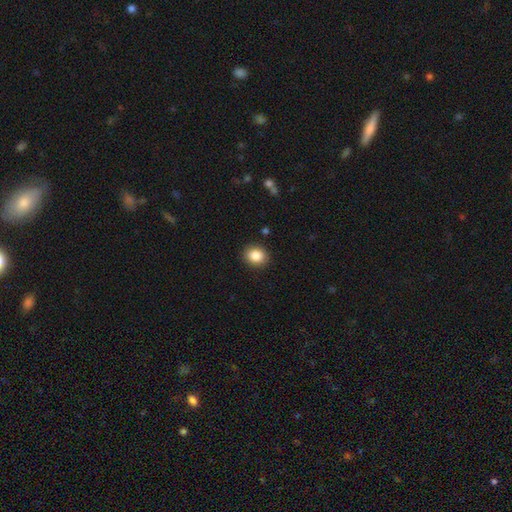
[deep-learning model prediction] Overall: smooth (87%). How rounded: round (66%; in between 33%). Merging: none (90%).